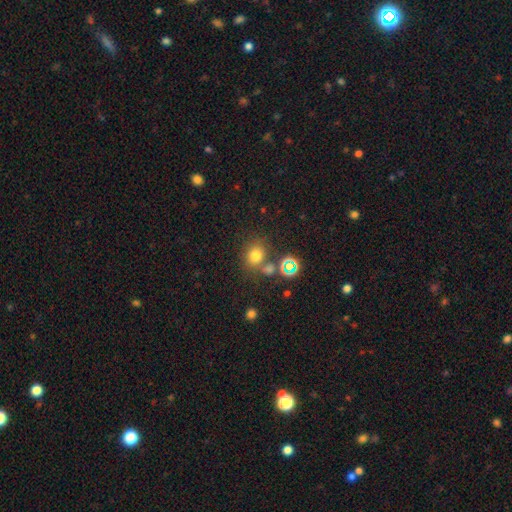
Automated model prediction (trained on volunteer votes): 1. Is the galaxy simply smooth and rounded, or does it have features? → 71% smooth, 22% star or artifact, 8% featured or disk.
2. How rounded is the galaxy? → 75% round, 24% in between, 1% cigar-shaped.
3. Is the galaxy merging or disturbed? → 65% none, 18% merger, 11% minor disturbance, 5% major disturbance.